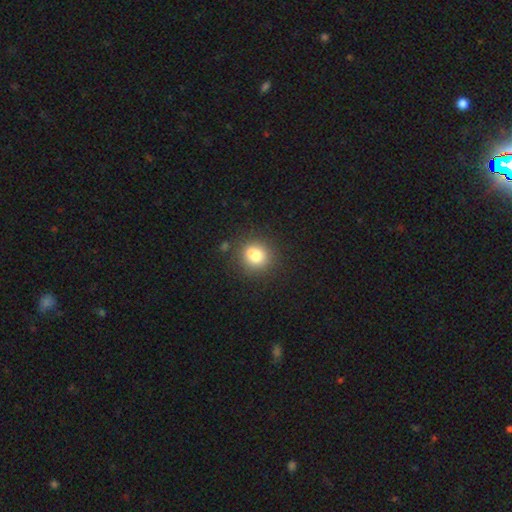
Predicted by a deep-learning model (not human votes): This is likely a smooth galaxy (73%). How rounded: clearly round (80%). Merging: possibly none (56%).